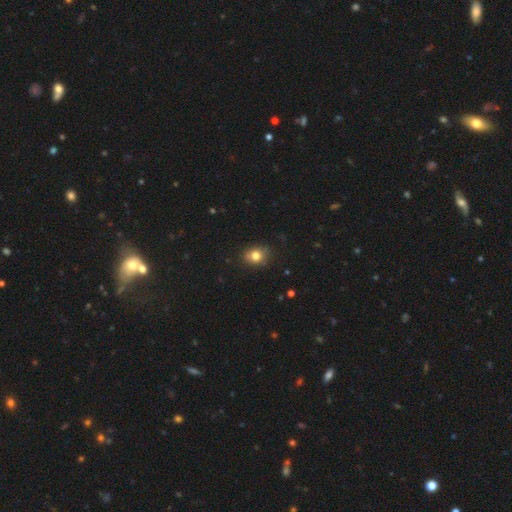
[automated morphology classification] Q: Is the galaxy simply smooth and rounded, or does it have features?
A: smooth — 79%.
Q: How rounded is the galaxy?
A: round — 53%.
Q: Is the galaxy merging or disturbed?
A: none — 78%.